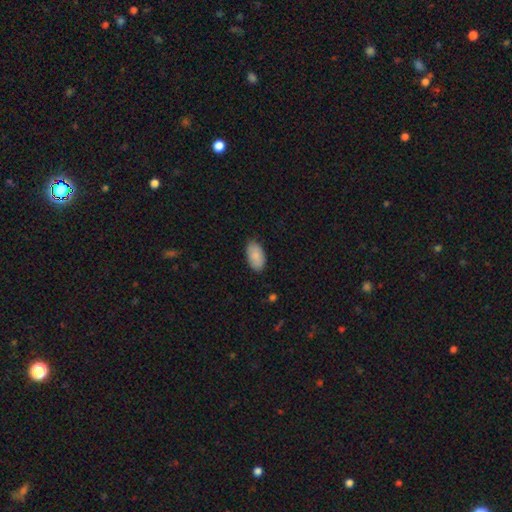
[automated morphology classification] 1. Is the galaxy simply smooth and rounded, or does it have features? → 87% smooth, 6% featured or disk, 6% star or artifact.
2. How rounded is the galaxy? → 95% in between, 3% round, 2% cigar-shaped.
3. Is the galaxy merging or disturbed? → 86% none, 11% minor disturbance, 2% major disturbance, 1% merger.